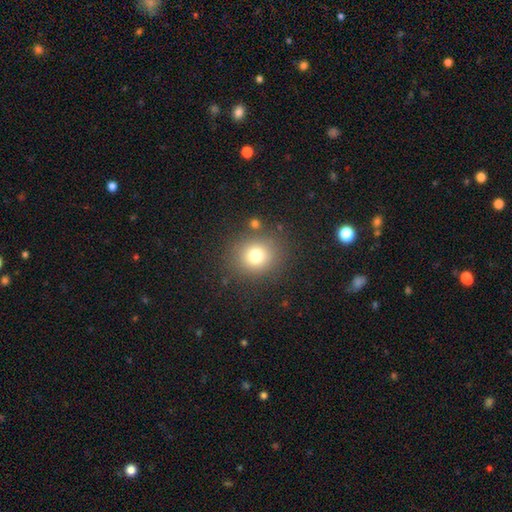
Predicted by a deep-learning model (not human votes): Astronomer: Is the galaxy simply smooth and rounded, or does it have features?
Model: smooth — 75%.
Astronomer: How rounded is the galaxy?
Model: round — 86%.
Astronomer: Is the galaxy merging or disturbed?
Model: none — 84%.